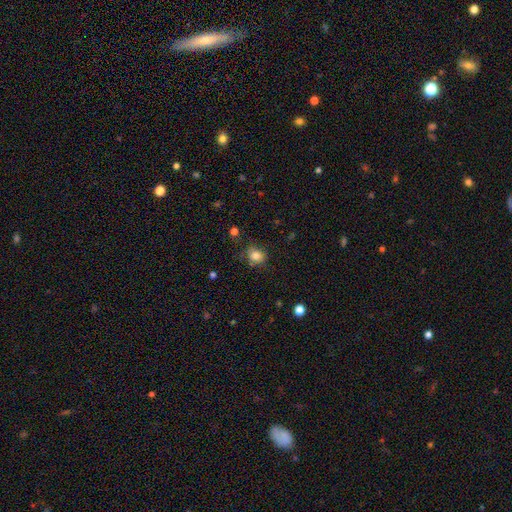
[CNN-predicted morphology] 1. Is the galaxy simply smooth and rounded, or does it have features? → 82% smooth, 11% star or artifact, 7% featured or disk.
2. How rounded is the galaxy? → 65% round, 34% in between, 1% cigar-shaped.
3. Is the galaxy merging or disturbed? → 71% none, 20% minor disturbance, 6% major disturbance, 3% merger.